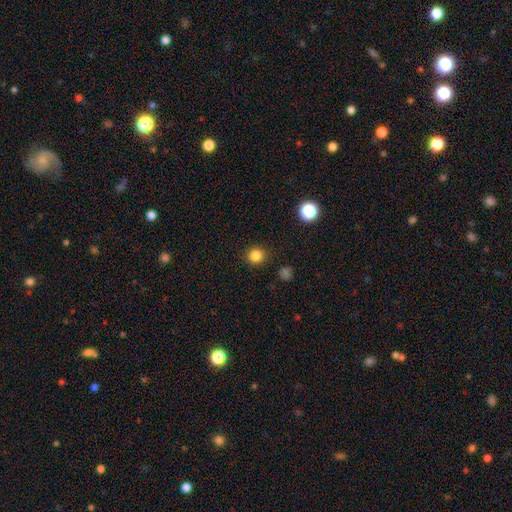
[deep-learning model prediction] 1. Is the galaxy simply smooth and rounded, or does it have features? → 83% smooth, 13% star or artifact, 4% featured or disk.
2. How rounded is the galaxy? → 91% round, 8% in between, 1% cigar-shaped.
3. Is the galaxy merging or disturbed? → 89% none, 7% minor disturbance, 2% major disturbance, 1% merger.